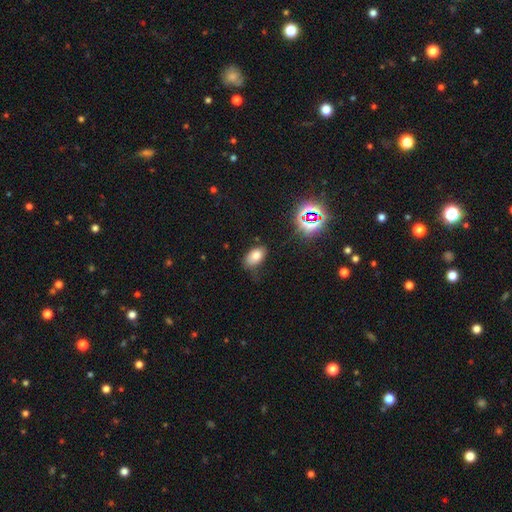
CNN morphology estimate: The model was most divided on "merging": none: 66%, minor disturbance: 24%, major disturbance: 8%, merger: 2%. More confident: how rounded — in between (90%); smooth or featured — smooth (76%).